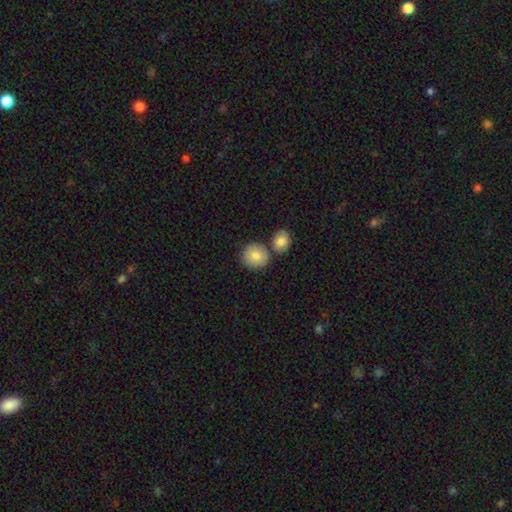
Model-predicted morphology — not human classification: Smooth or featured?
  - smooth: 83% *
  - featured or disk: 10%
  - star or artifact: 7%
How rounded?
  - round: 85% *
  - in between: 14%
  - cigar-shaped: 1%
Merging?
  - none: 66% *
  - merger: 22%
  - minor disturbance: 10%
  - major disturbance: 3%